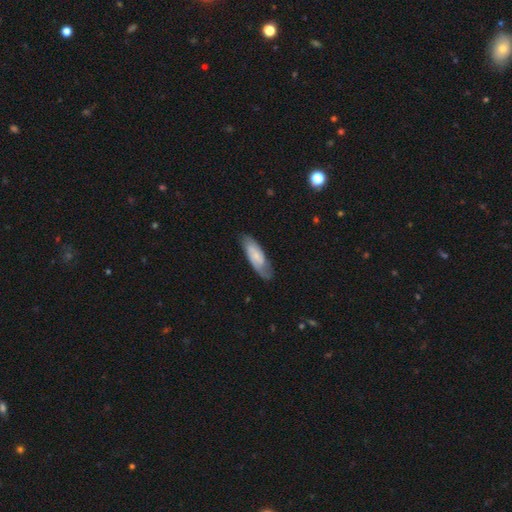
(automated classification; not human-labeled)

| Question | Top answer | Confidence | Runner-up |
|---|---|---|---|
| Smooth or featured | featured or disk | 51% | smooth (43%) |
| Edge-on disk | no | 84% | yes (16%) |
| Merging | none | 75% | minor disturbance (19%) |